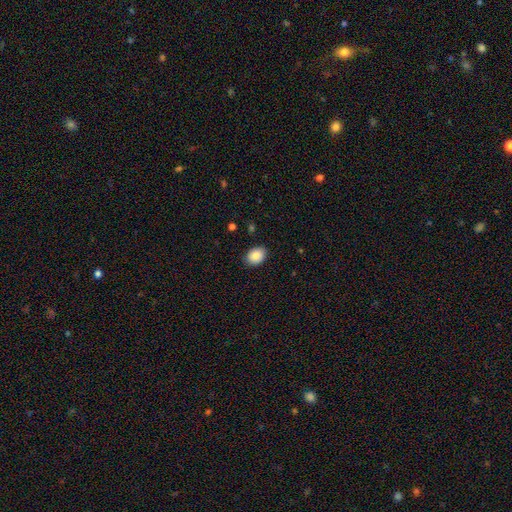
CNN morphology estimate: This appears to be a smooth galaxy with no disk features (88%) that is in between round and cigar-shaped (67%). Merging: none (88%).